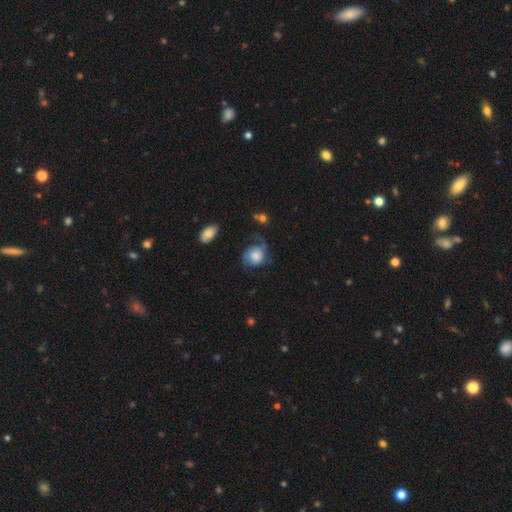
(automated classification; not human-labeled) This is possibly a featured or disk galaxy (49%). Merging: marginally none (43%).